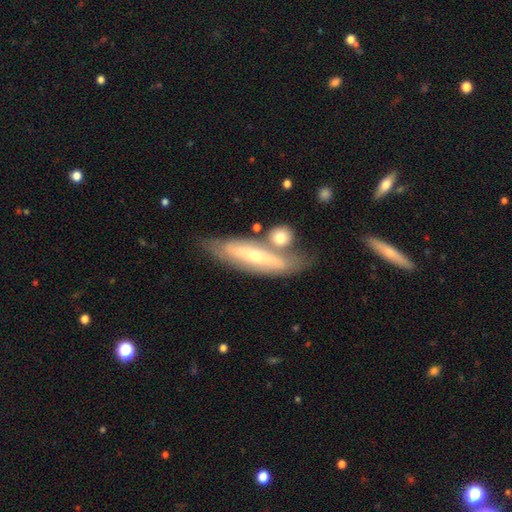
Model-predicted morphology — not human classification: Smooth or featured? Predicted: featured or disk (p=0.67). Edge-on disk? Predicted: no (p=0.62). Merging? Predicted: none (p=0.63).